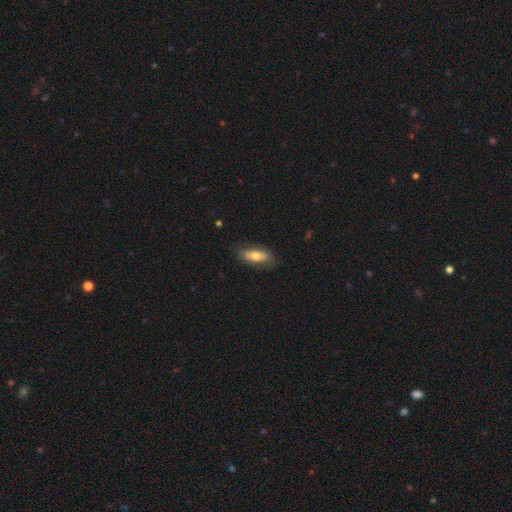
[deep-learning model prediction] Overall: smooth (63%; featured or disk 31%). How rounded: in between (75%). Merging: none (78%).